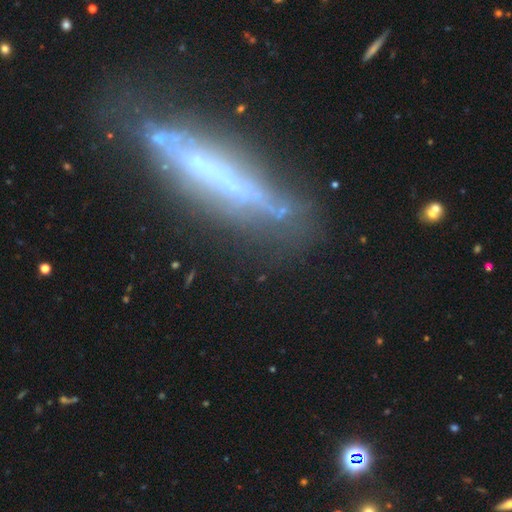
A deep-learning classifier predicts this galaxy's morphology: The model was most divided on "merging": none: 68%, minor disturbance: 19%, major disturbance: 8%, merger: 4%. More confident: edge-on disk — yes (83%); edge-on bulge — none (73%); smooth or featured — featured or disk (72%).